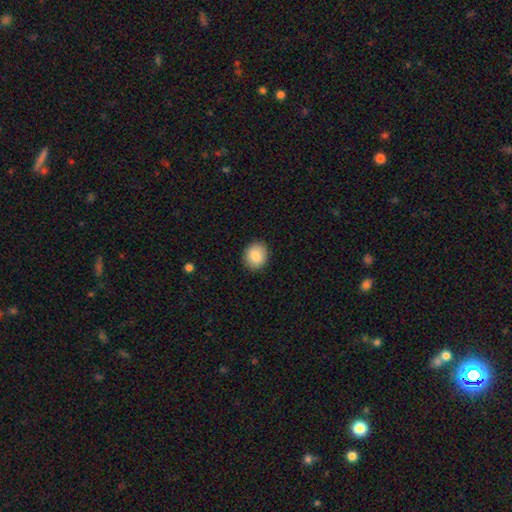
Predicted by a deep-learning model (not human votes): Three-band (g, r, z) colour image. It shows a smooth galaxy with no disk features (86%) that is round (67%). Merging: none (90%).